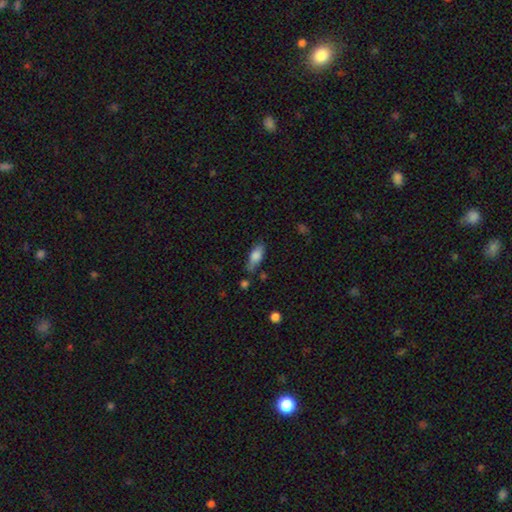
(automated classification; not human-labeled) Smooth or featured: smooth — 74% (featured or disk — 19%)
How rounded: in between — 72% (cigar-shaped — 25%)
Merging: none — 63% (minor disturbance — 25%)